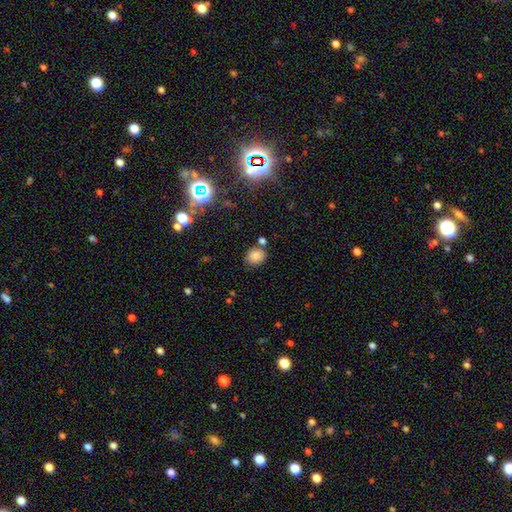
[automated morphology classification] smooth_or_featured: smooth (p=0.80) [alt: star or artifact p=0.14]
how_rounded: round (p=0.63) [alt: in between p=0.36]
merging: none (p=0.76) [alt: minor disturbance p=0.11]